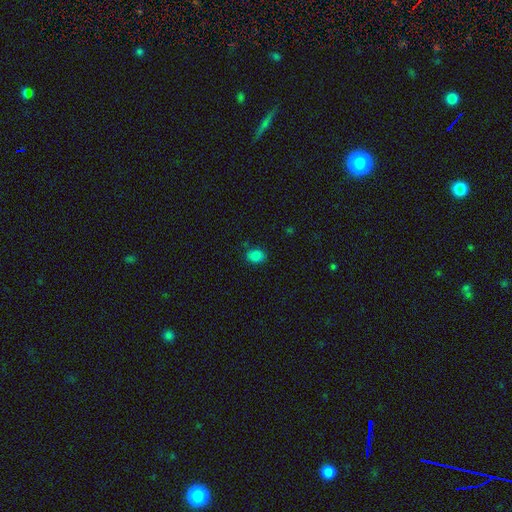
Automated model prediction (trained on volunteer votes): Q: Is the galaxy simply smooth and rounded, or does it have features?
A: smooth — 83%.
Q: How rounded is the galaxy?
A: in between — 60%.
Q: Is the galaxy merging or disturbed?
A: none — 82%.